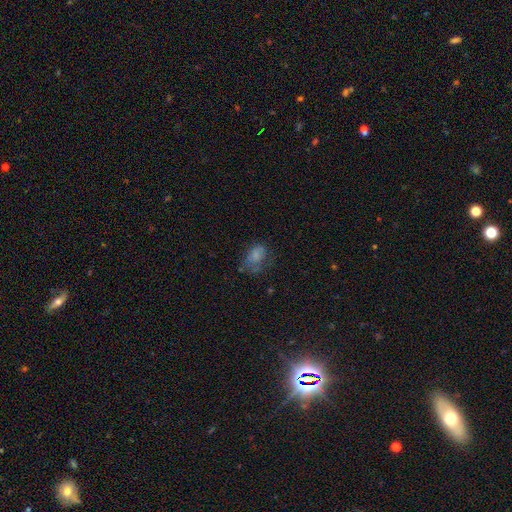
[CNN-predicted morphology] Smooth or featured?
  - smooth: 66% *
  - featured or disk: 21%
  - star or artifact: 13%
How rounded?
  - in between: 78% *
  - round: 20%
  - cigar-shaped: 2%
Merging?
  - none: 41% *
  - major disturbance: 28%
  - minor disturbance: 28%
  - merger: 3%